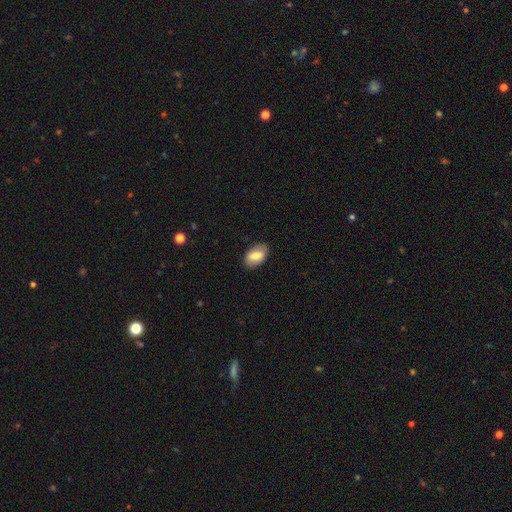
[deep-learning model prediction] Smooth or featured? Predicted: smooth (p=0.69). How rounded? Predicted: in between (p=0.92). Merging? Predicted: none (p=0.83).